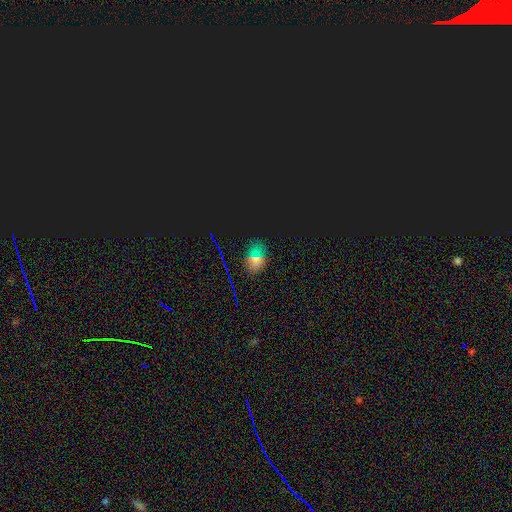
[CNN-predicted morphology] This is possibly a smooth galaxy (46%). Merging: clearly none (84%).